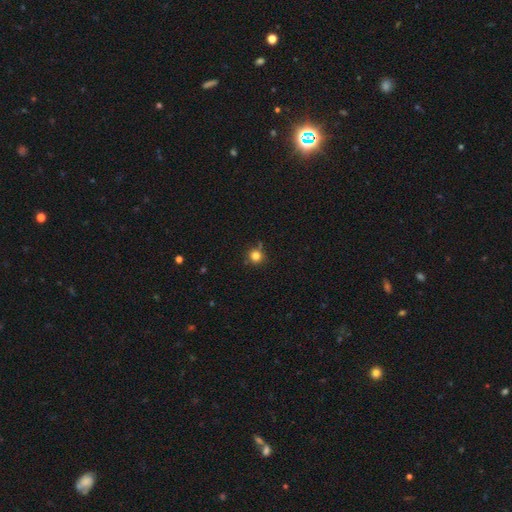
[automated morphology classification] A smooth galaxy with no disk features (81%) that is round (93%).

Vote fractions:
- Smooth or featured? smooth: 81% / star or artifact: 13% / featured or disk: 6%
- How rounded? round: 93% / in between: 6% / cigar-shaped: 1%
- Merging? none: 78% / minor disturbance: 12% / merger: 7% / major disturbance: 3%